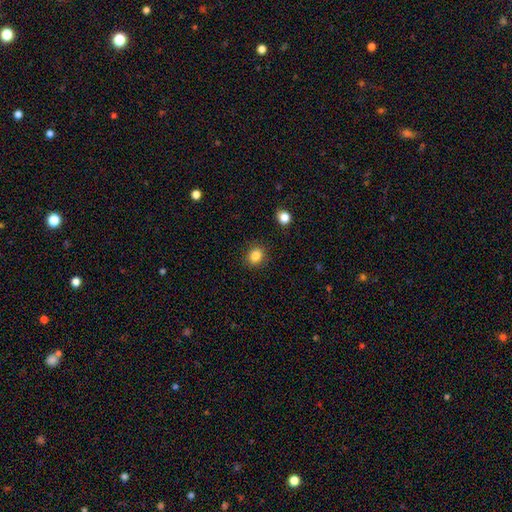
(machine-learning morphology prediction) smooth-or-featured: smooth: 85% | star or artifact: 11% | featured or disk: 4%
  how-rounded: round: 67% | in between: 32% | cigar-shaped: 1%
  merging: none: 87% | minor disturbance: 8% | major disturbance: 3% | merger: 2%